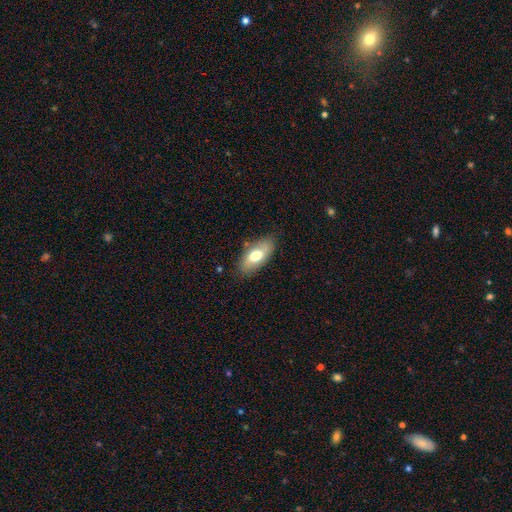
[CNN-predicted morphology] A smooth galaxy with no disk features (67%) that is in between round and cigar-shaped (88%). Merging: none (81%).